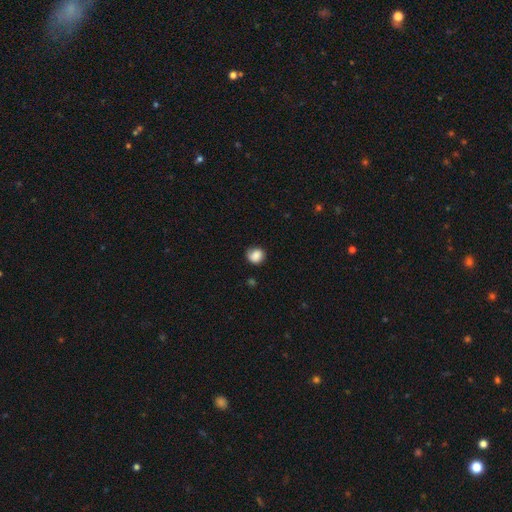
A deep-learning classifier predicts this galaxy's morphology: A smooth galaxy with no disk features (85%) that is round (80%).

Vote fractions:
- Smooth or featured? smooth: 85% / star or artifact: 9% / featured or disk: 6%
- How rounded? round: 80% / in between: 19% / cigar-shaped: 1%
- Merging? none: 73% / minor disturbance: 21% / major disturbance: 5% / merger: 2%